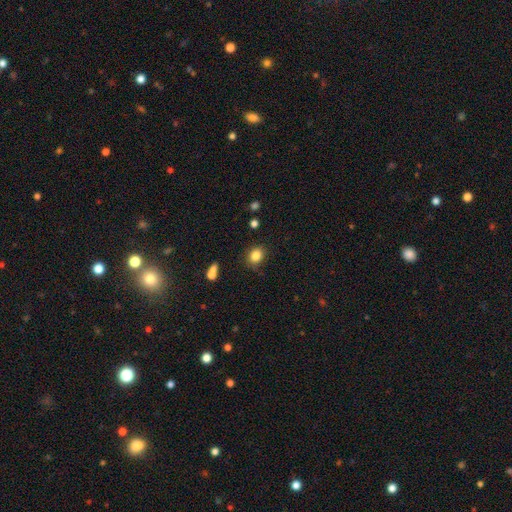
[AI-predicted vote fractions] A smooth galaxy with no disk features (84%) that is round (57%). Merging: none (80%).